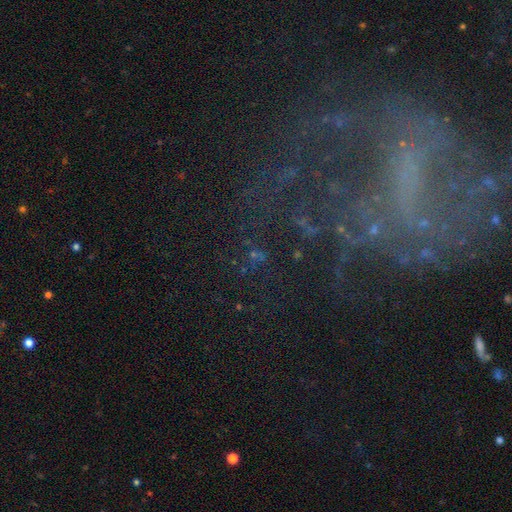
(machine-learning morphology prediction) A star or artifact, not a galaxy (65%).